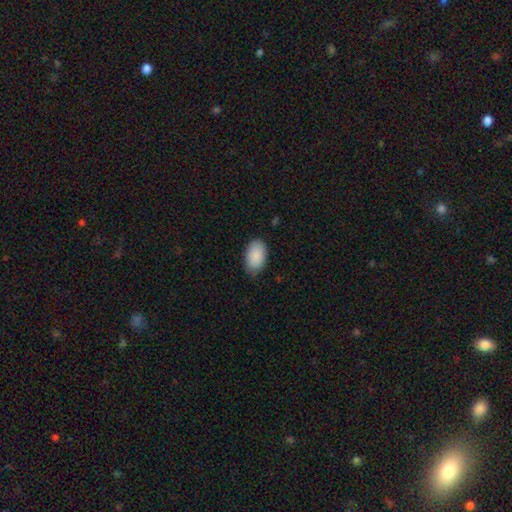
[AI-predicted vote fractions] Overall: smooth (90%). How rounded: in between (93%). Merging: none (81%).